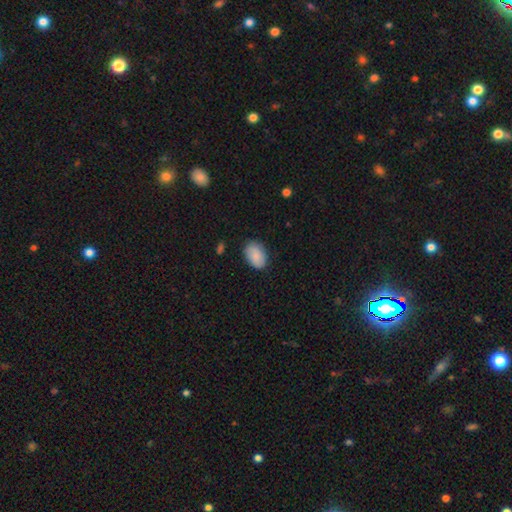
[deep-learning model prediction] Smooth or featured? smooth (86%)
How rounded? in between (83%)
Merging? none (81%)